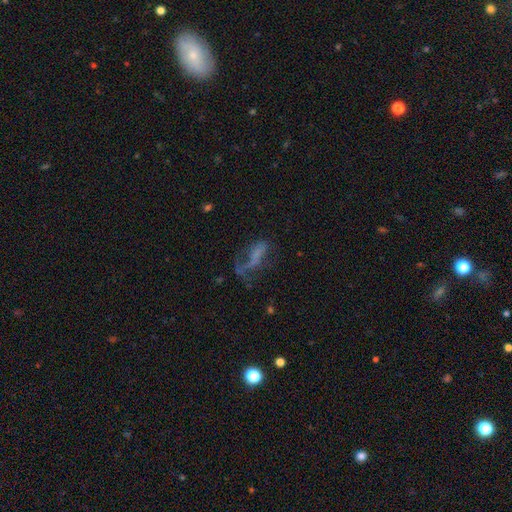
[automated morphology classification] type=featured or disk (41%); merging=major disturbance (46%).